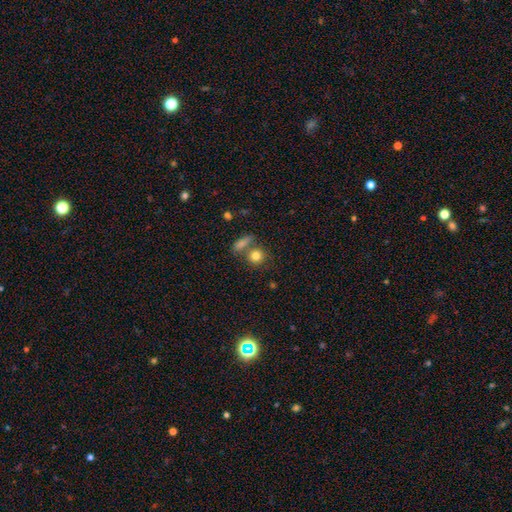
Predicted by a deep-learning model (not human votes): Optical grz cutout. It shows a smooth galaxy with no disk features (82%) that is round (81%). Merging: none (57%).